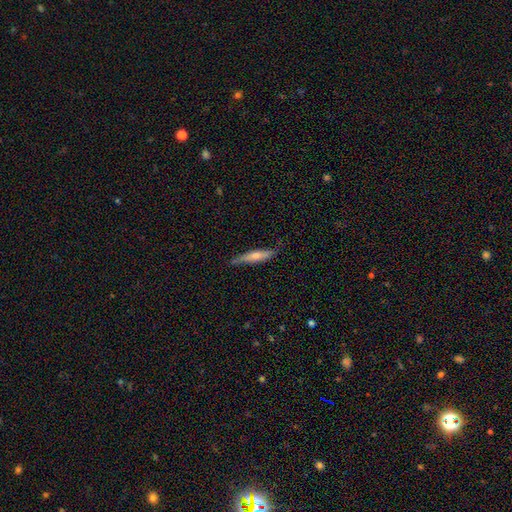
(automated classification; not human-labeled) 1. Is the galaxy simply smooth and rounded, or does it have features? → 56% featured or disk, 35% smooth, 8% star or artifact.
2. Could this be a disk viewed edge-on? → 88% yes, 12% no.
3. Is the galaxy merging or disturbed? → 81% none, 15% minor disturbance, 3% major disturbance, 1% merger.